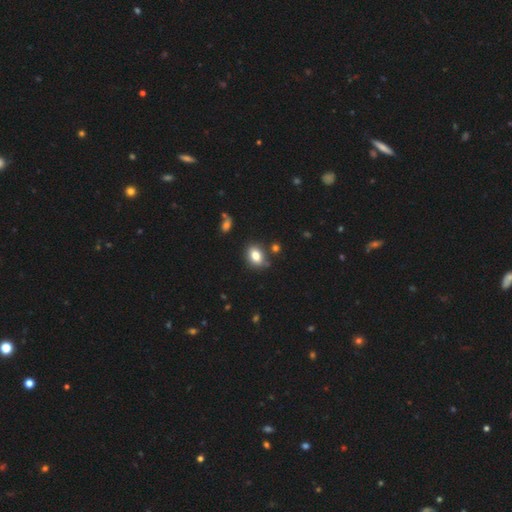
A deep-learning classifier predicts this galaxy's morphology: smooth 81%, star or artifact 10%, featured or disk 9%. Down the decision tree: how rounded — in between (68%); merging — none (78%).